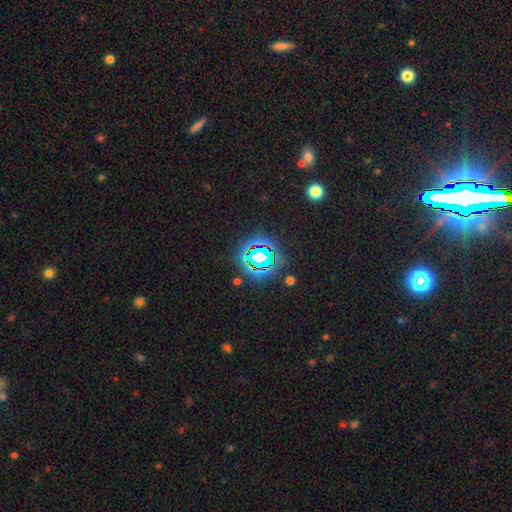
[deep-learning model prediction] Q: Smooth or featured?
A: star or artifact (68%); runner-up: smooth (19%)